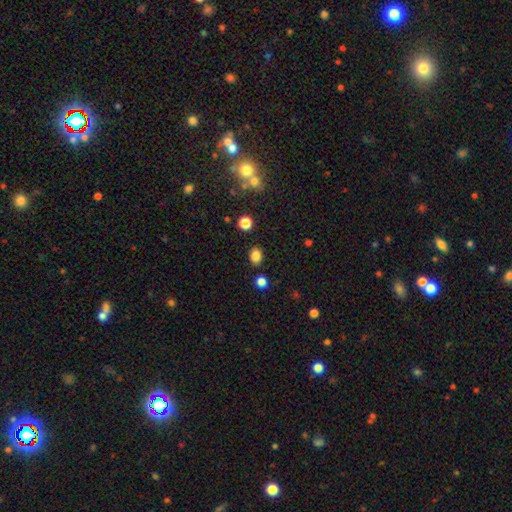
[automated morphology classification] smooth 83%, star or artifact 12%, featured or disk 5%. Down the decision tree: how rounded — in between (62%); merging — none (84%).